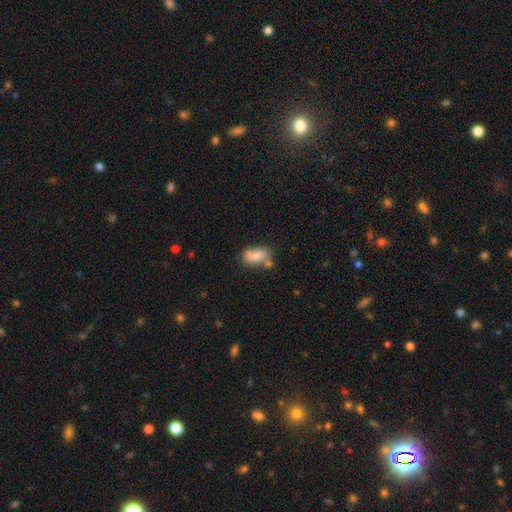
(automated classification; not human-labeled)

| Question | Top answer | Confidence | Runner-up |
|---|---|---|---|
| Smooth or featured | smooth | 72% | featured or disk (19%) |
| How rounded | in between | 87% | round (8%) |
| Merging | none | 47% | merger (23%) |